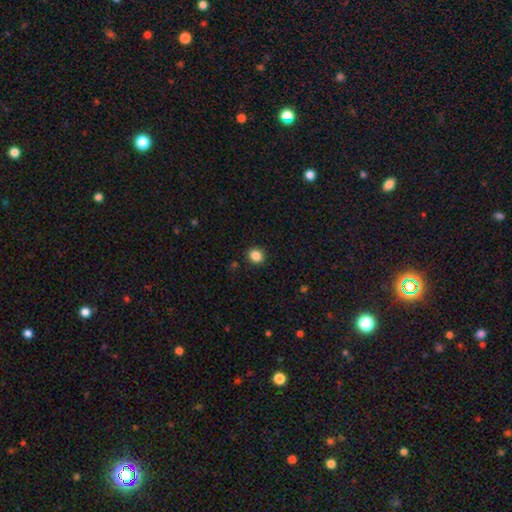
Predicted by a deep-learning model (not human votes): Smooth or featured?
  - smooth: 86% *
  - star or artifact: 11%
  - featured or disk: 3%
How rounded?
  - round: 77% *
  - in between: 22%
  - cigar-shaped: 1%
Merging?
  - none: 90% *
  - minor disturbance: 7%
  - major disturbance: 2%
  - merger: 1%